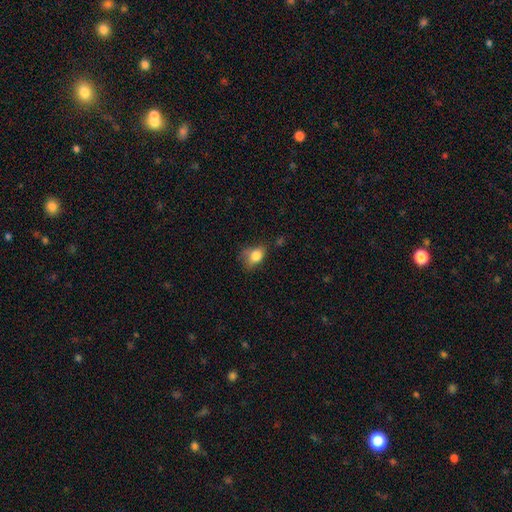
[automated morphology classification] Smooth or featured? Predicted: smooth (p=0.81). How rounded? Predicted: in between (p=0.69). Merging? Predicted: none (p=0.42).